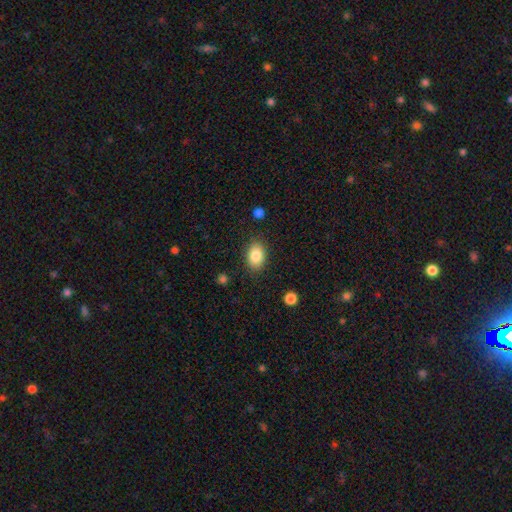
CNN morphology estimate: The model was most divided on "how rounded": in between: 82%, round: 16%, cigar-shaped: 1%. More confident: merging — none (86%); smooth or featured — smooth (85%).